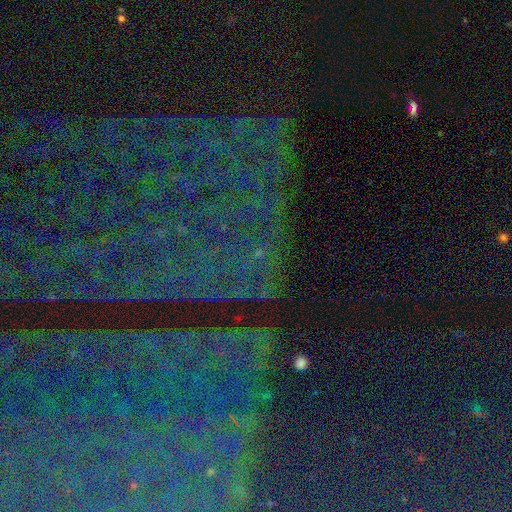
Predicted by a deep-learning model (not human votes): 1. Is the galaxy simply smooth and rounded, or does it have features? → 83% star or artifact, 9% featured or disk, 8% smooth.